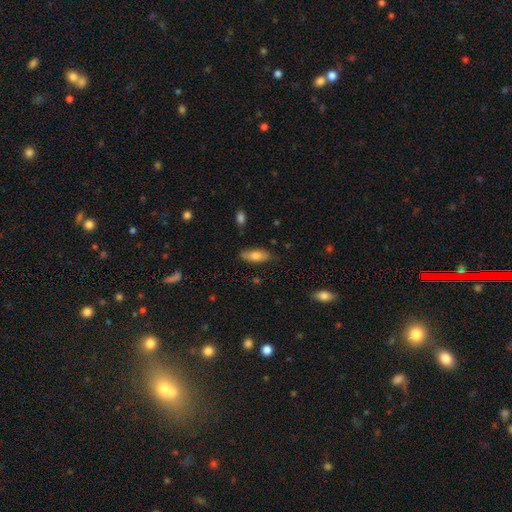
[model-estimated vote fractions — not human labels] This appears to be a smooth galaxy with no disk features (77%) that is in between round and cigar-shaped (75%). Merging: none (80%).